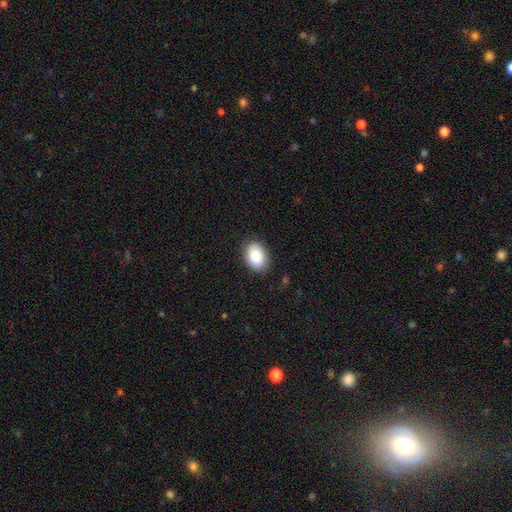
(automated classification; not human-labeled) The model was most divided on "how rounded": in between: 81%, round: 18%, cigar-shaped: 1%. More confident: merging — none (87%); smooth or featured — smooth (86%).